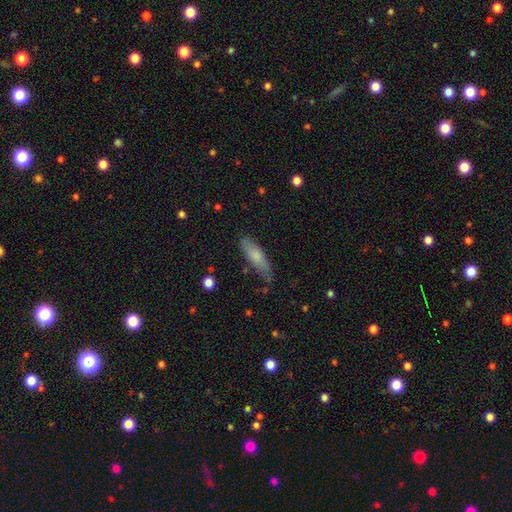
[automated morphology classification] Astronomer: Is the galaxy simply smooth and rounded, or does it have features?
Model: smooth — 74%.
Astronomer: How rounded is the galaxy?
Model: cigar-shaped — 59% (runner-up: in between, 40%).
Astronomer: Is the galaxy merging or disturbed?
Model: none — 71%.